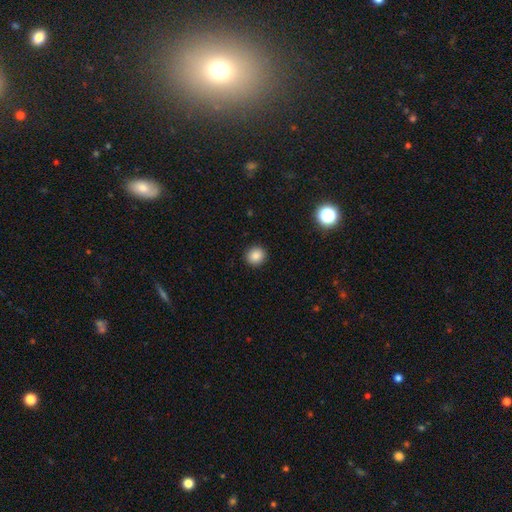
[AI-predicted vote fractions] smooth-or-featured: smooth: 86% | star or artifact: 10% | featured or disk: 3%
  how-rounded: round: 89% | in between: 10% | cigar-shaped: 1%
  merging: none: 92% | minor disturbance: 5% | major disturbance: 2% | merger: 1%